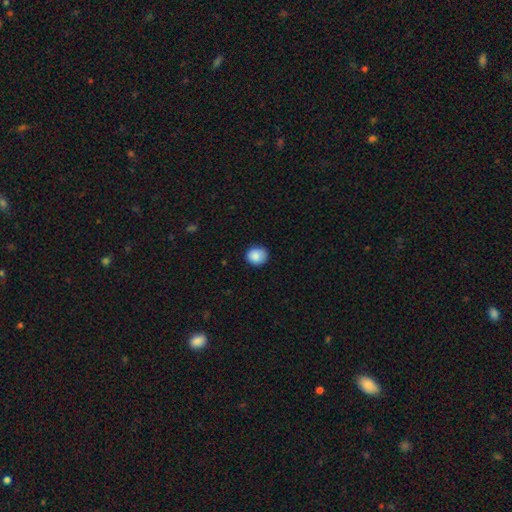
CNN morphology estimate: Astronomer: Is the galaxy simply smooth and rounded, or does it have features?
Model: smooth — 87%.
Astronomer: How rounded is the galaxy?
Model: round — 83%.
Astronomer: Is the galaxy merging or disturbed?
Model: none — 83%.